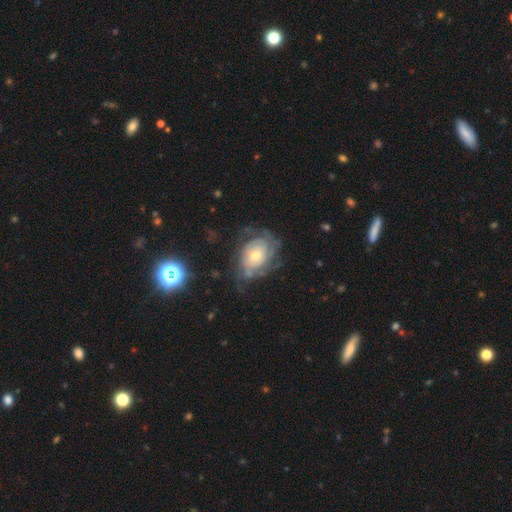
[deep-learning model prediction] Smooth or featured?
  - featured or disk: 79% *
  - smooth: 14%
  - star or artifact: 7%
Edge-on disk?
  - no: 96% *
  - yes: 4%
Bar?
  - no: 77% *
  - weak: 20%
  - strong: 4%
Spiral arms?
  - yes: 90% *
  - no: 10%
Spiral winding?
  - tight: 65% *
  - medium: 26%
  - loose: 9%
Spiral arm count?
  - can't tell: 49% *
  - 2: 16%
  - 3: 15%
  - 4: 9%
  - 1: 5%
  - more than 4: 5%
Bulge size?
  - moderate: 50% *
  - small: 42%
  - large: 6%
  - none: 1%
  - dominant: 1%
Merging?
  - none: 58% *
  - minor disturbance: 23%
  - major disturbance: 17%
  - merger: 2%